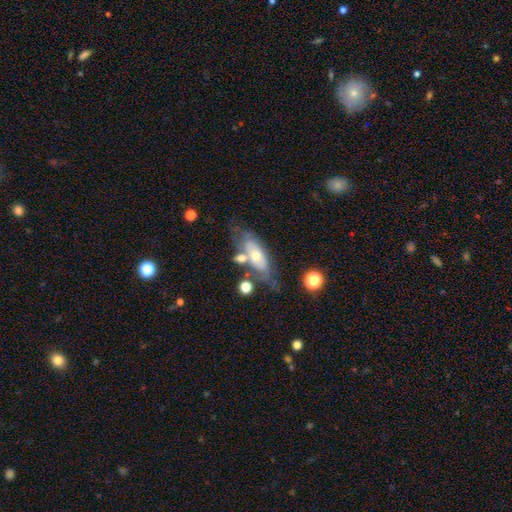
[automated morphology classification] smooth_or_featured: featured or disk (p=0.51) [alt: smooth p=0.42]
disk_edge_on: no (p=0.76) [alt: yes p=0.24]
merging: none (p=0.46) [alt: minor disturbance p=0.22]